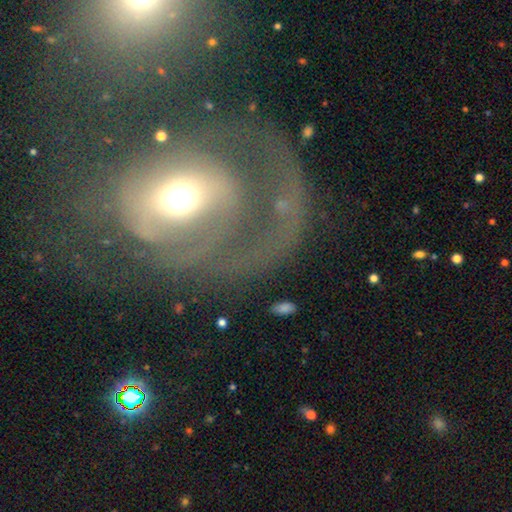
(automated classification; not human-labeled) The model was most divided on "merging": major disturbance: 43%, none: 37%, minor disturbance: 14%, merger: 6%. More confident: edge-on disk — no (96%); smooth or featured — featured or disk (66%); bulge size — moderate (63%); bar — no (61%); spiral arms — yes (59%).